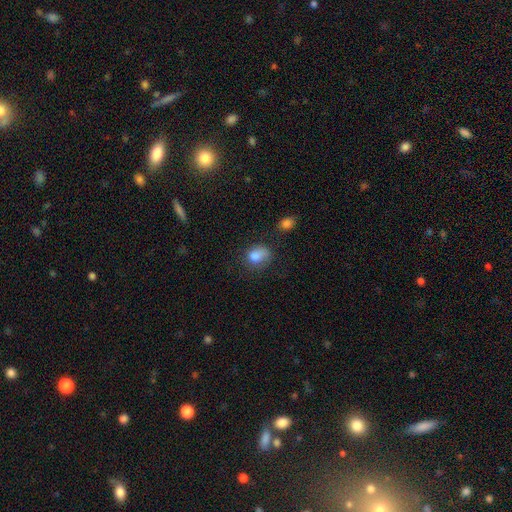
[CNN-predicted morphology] smooth_or_featured: smooth (p=0.82) [alt: star or artifact p=0.10]
how_rounded: in between (p=0.54) [alt: round p=0.45]
merging: none (p=0.47) [alt: minor disturbance p=0.30]